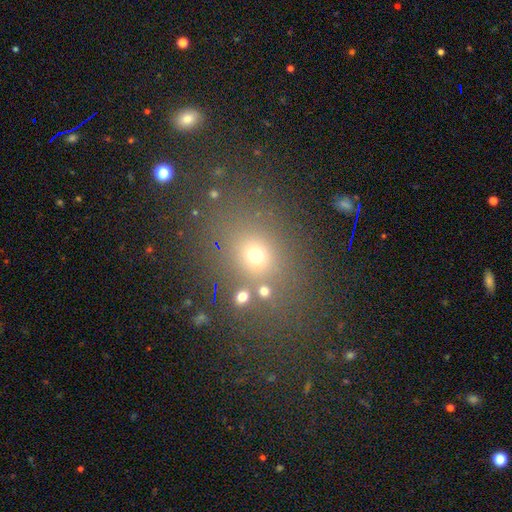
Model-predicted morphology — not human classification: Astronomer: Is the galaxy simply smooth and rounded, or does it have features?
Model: smooth — 62%.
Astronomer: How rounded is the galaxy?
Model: round — 52% (runner-up: in between, 46%).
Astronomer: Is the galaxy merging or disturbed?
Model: none — 76%.